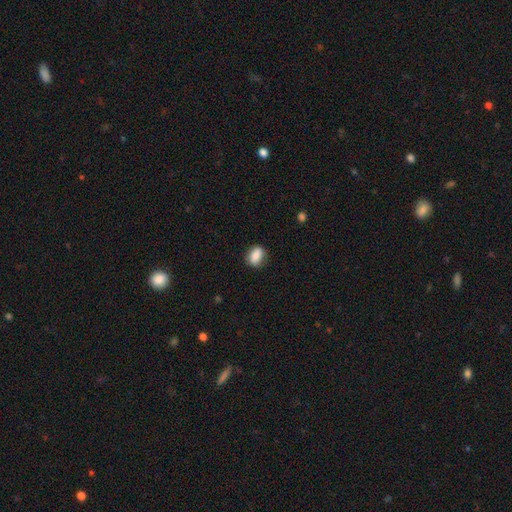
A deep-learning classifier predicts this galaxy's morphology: smooth_or_featured: smooth (p=0.85) [alt: star or artifact p=0.08]
how_rounded: in between (p=0.72) [alt: round p=0.25]
merging: none (p=0.80) [alt: minor disturbance p=0.15]